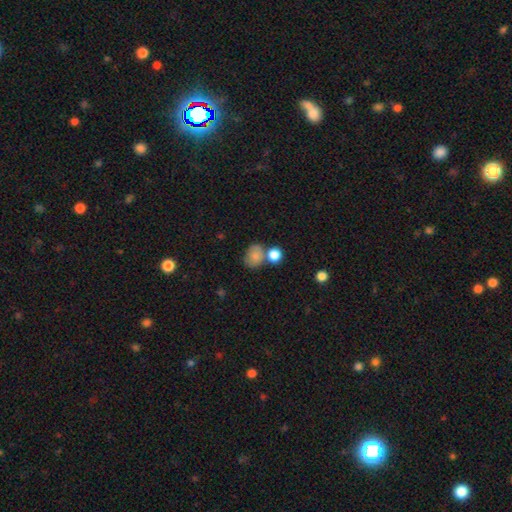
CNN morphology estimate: Q: Smooth or featured?
A: smooth (80%); runner-up: featured or disk (10%)
Q: How rounded?
A: round (58%); runner-up: in between (41%)
Q: Merging?
A: none (51%); runner-up: merger (26%)